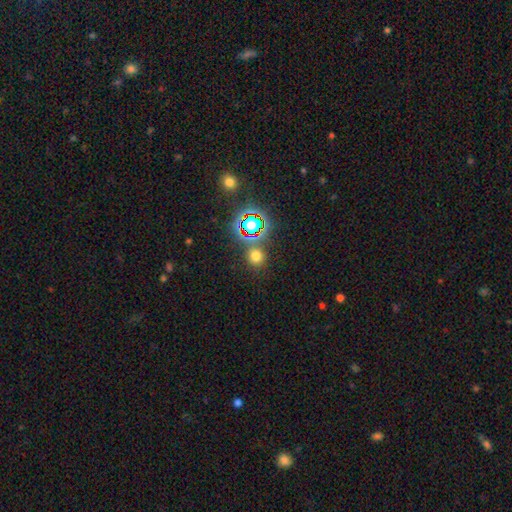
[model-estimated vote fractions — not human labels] smooth-or-featured: smooth: 63% | star or artifact: 31% | featured or disk: 6%
  how-rounded: round: 88% | in between: 11% | cigar-shaped: 1%
  merging: none: 80% | minor disturbance: 8% | merger: 8% | major disturbance: 4%